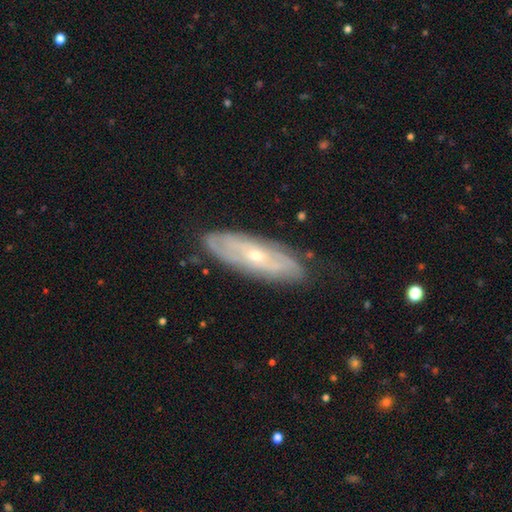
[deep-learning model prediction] Q: Smooth or featured?
A: featured or disk (73%); runner-up: smooth (20%)
Q: Edge-on disk?
A: no (76%); runner-up: yes (24%)
Q: Bar?
A: no (68%); runner-up: weak (24%)
Q: Spiral arms?
A: yes (81%); runner-up: no (19%)
Q: Bulge size?
A: small (65%); runner-up: moderate (32%)
Q: Merging?
A: none (81%); runner-up: minor disturbance (15%)